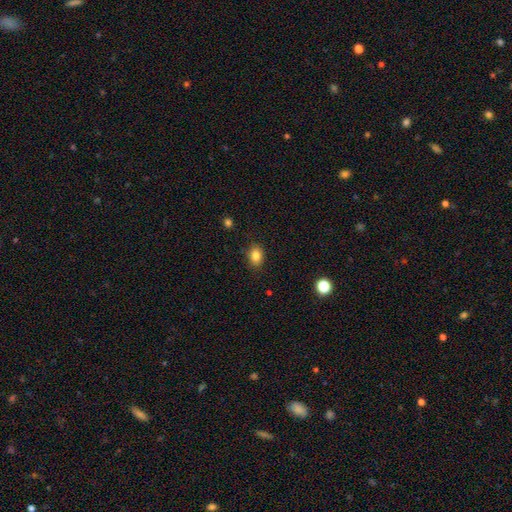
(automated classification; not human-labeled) Smooth or featured: smooth — 83% (star or artifact — 11%)
How rounded: in between — 60% (round — 39%)
Merging: none — 86% (minor disturbance — 10%)